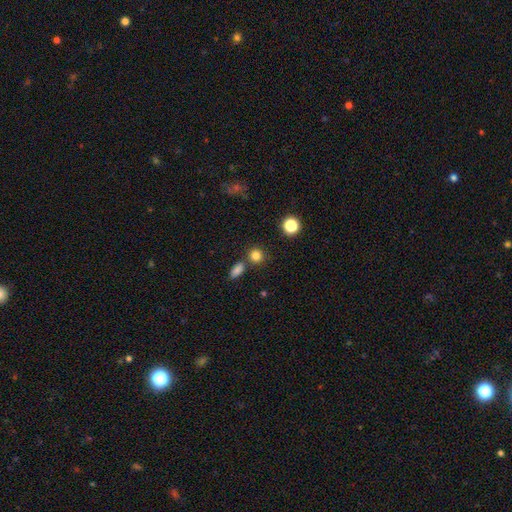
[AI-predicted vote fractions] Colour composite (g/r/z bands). It shows a smooth galaxy with no disk features (82%) that is round (86%). Merging: none (75%).